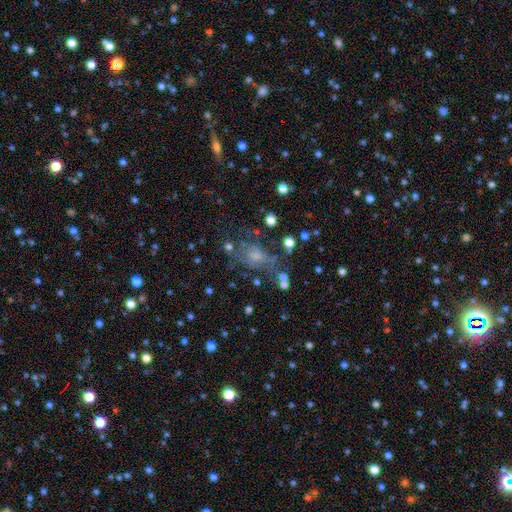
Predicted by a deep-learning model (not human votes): Smooth or featured? smooth (39%)
Merging? none (56%)